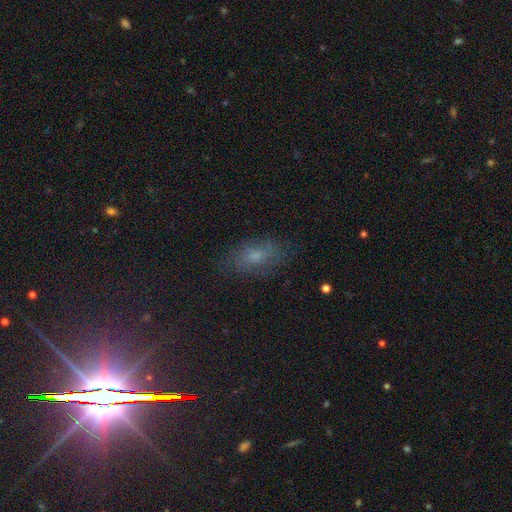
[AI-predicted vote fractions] smooth-or-featured: smooth: 54% | featured or disk: 27% | star or artifact: 20%
  how-rounded: in between: 84% | cigar-shaped: 8% | round: 8%
  merging: none: 75% | minor disturbance: 17% | major disturbance: 7% | merger: 1%